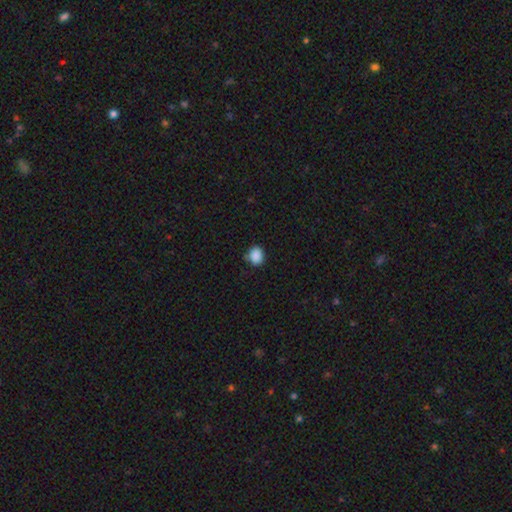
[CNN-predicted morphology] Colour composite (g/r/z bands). It shows a smooth galaxy with no disk features (88%) that is round (62%). Merging: none (75%).